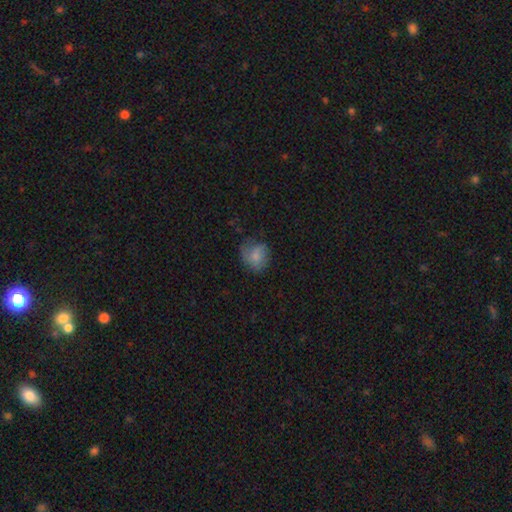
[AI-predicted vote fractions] smooth-or-featured: smooth: 73% | featured or disk: 18% | star or artifact: 9%
  how-rounded: round: 68% | in between: 31% | cigar-shaped: 1%
  merging: none: 54% | minor disturbance: 30% | major disturbance: 15% | merger: 2%